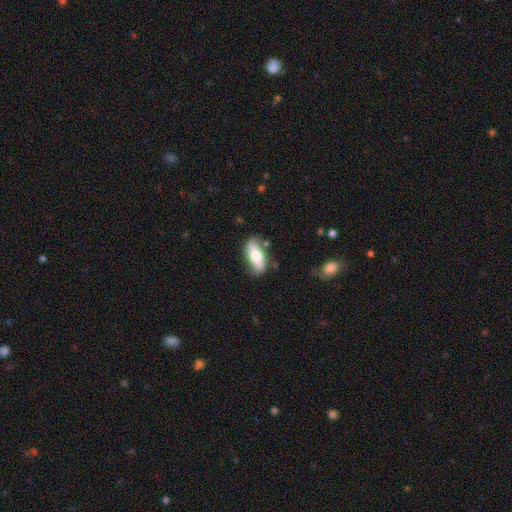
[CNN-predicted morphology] Smooth or featured?
  - smooth: 63% *
  - featured or disk: 31%
  - star or artifact: 6%
How rounded?
  - in between: 77% *
  - cigar-shaped: 20%
  - round: 3%
Merging?
  - none: 76% *
  - minor disturbance: 17%
  - major disturbance: 4%
  - merger: 3%